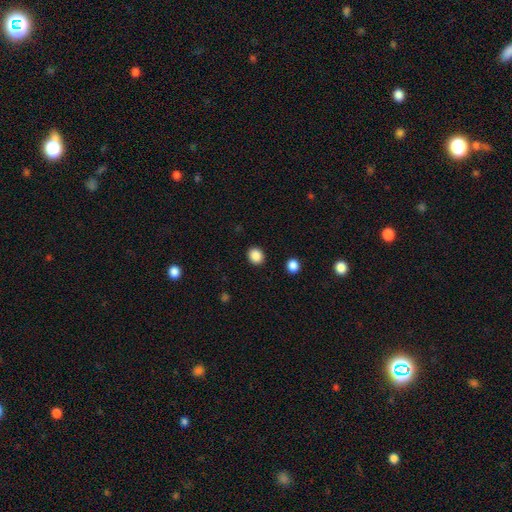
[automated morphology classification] Q: Smooth or featured?
A: smooth (88%); runner-up: star or artifact (9%)
Q: How rounded?
A: round (70%); runner-up: in between (29%)
Q: Merging?
A: none (90%); runner-up: minor disturbance (6%)